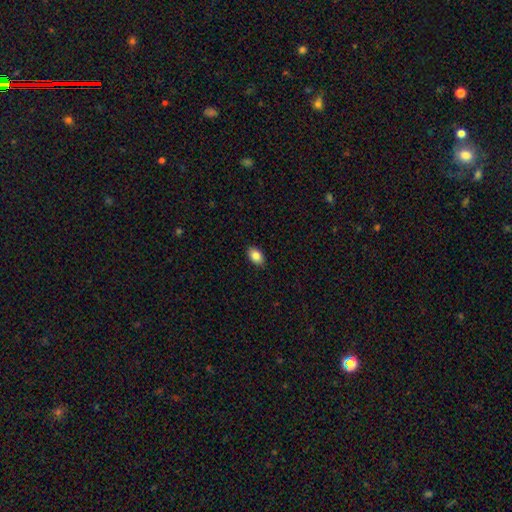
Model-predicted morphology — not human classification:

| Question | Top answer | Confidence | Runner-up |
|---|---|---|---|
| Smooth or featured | smooth | 86% | star or artifact (8%) |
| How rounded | in between | 87% | round (11%) |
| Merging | none | 89% | minor disturbance (9%) |